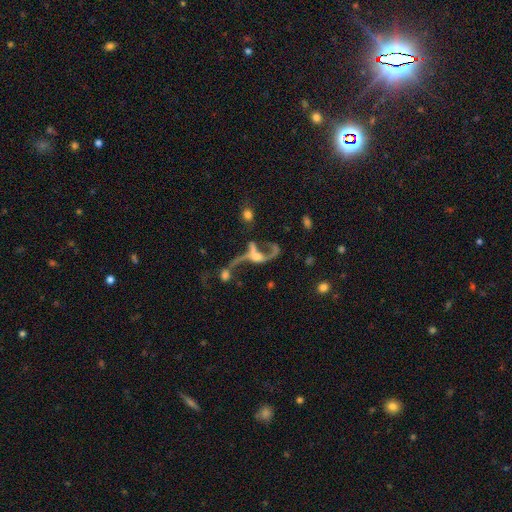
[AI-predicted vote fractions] Q: Smooth or featured?
A: featured or disk (78%); runner-up: star or artifact (12%)
Q: Edge-on disk?
A: no (91%); runner-up: yes (9%)
Q: Bar?
A: no (62%); runner-up: weak (26%)
Q: Spiral arms?
A: yes (82%); runner-up: no (18%)
Q: Spiral winding?
A: loose (88%); runner-up: medium (9%)
Q: Spiral arm count?
A: 2 (77%); runner-up: 1 (14%)
Q: Bulge size?
A: moderate (45%); runner-up: small (32%)
Q: Merging?
A: merger (40%); runner-up: major disturbance (27%)